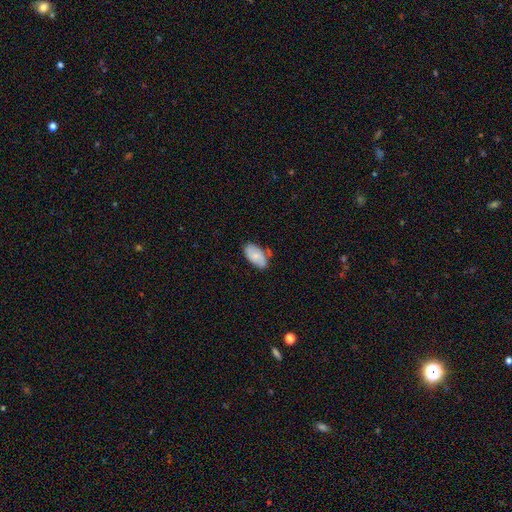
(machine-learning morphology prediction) smooth_or_featured: smooth (p=0.71) [alt: featured or disk p=0.22]
how_rounded: in between (p=0.95) [alt: round p=0.03]
merging: none (p=0.64) [alt: minor disturbance p=0.26]